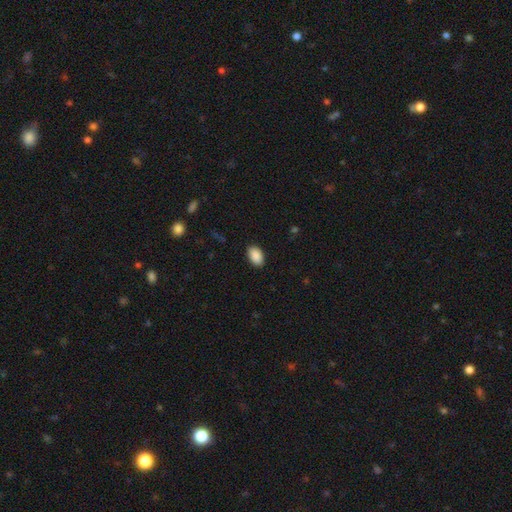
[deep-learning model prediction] The model was most divided on "merging": none: 89%, minor disturbance: 8%, major disturbance: 2%, merger: 1%. More confident: smooth or featured — smooth (90%); how rounded — in between (90%).